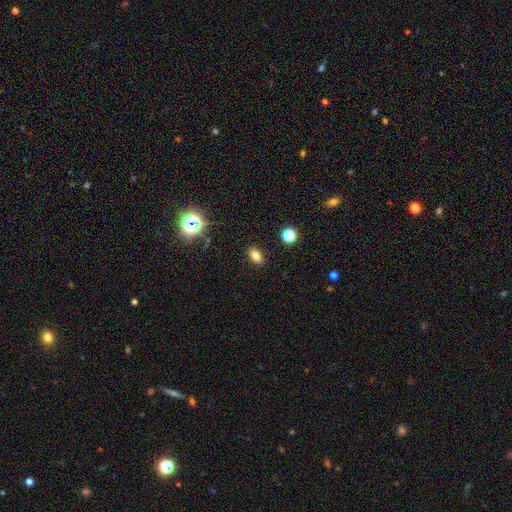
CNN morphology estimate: smooth-or-featured: smooth: 76% | star or artifact: 15% | featured or disk: 9%
  how-rounded: in between: 85% | round: 12% | cigar-shaped: 3%
  merging: none: 89% | minor disturbance: 8% | major disturbance: 2% | merger: 1%